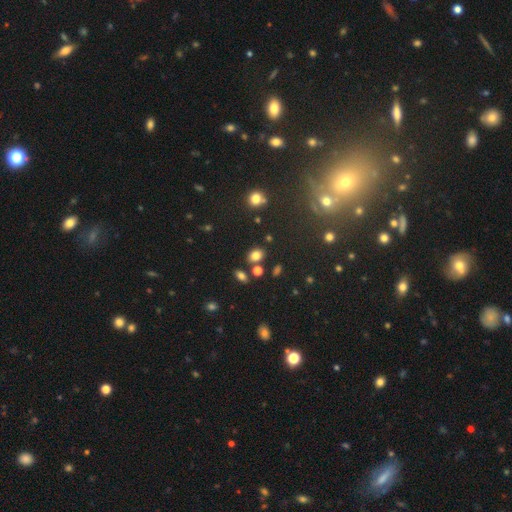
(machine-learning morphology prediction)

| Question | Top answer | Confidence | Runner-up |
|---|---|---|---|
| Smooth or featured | smooth | 78% | star or artifact (14%) |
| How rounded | in between | 65% | round (34%) |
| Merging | none | 76% | minor disturbance (11%) |